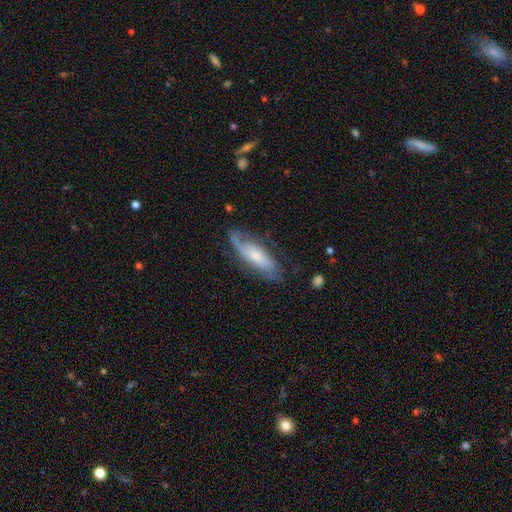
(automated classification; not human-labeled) A featured or disk galaxy (65%) with no bar (62%), spiral arms (86%) and a small central bulge (50%).

Vote fractions:
- Smooth or featured? featured or disk: 65% / smooth: 29% / star or artifact: 6%
- Edge-on disk? no: 80% / yes: 20%
- Bar? no: 62% / weak: 29% / strong: 9%
- Spiral arms? yes: 86% / no: 14%
- Bulge size? small: 50% / moderate: 39% / large: 5% / none: 4% / dominant: 1%
- Merging? none: 61% / minor disturbance: 24% / major disturbance: 13% / merger: 2%